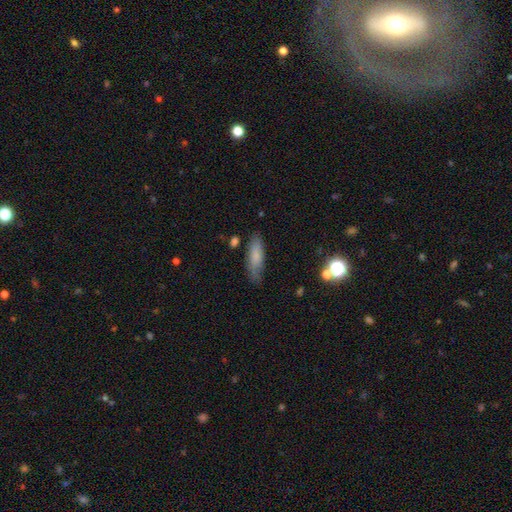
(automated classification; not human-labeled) A smooth galaxy with no disk features (75%) that is cigar-shaped (50%).

Vote fractions:
- Smooth or featured? smooth: 75% / featured or disk: 16% / star or artifact: 9%
- How rounded? cigar-shaped: 50% / in between: 48% / round: 2%
- Merging? none: 71% / minor disturbance: 21% / major disturbance: 5% / merger: 3%